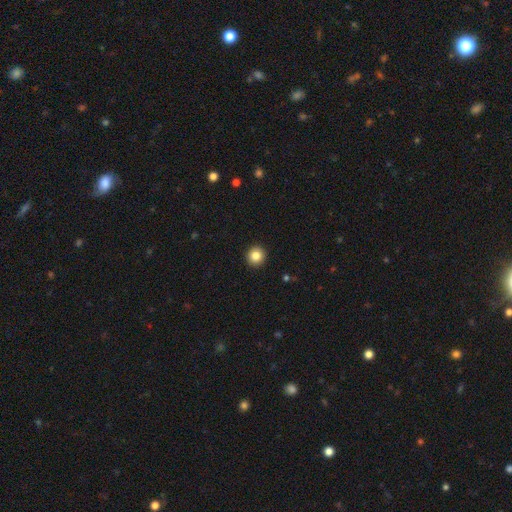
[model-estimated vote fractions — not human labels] Smooth or featured? Predicted: smooth (p=0.84). How rounded? Predicted: round (p=0.94). Merging? Predicted: none (p=0.93).